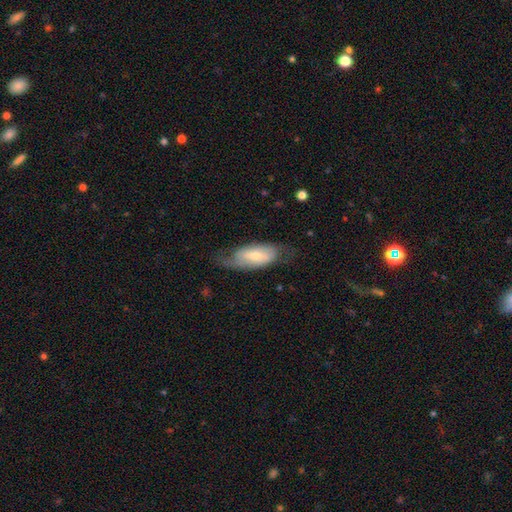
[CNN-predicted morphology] Overall: featured or disk (52%; smooth 42%). Edge-on disk: no (87%). Merging: none (56%; minor disturbance 26%).